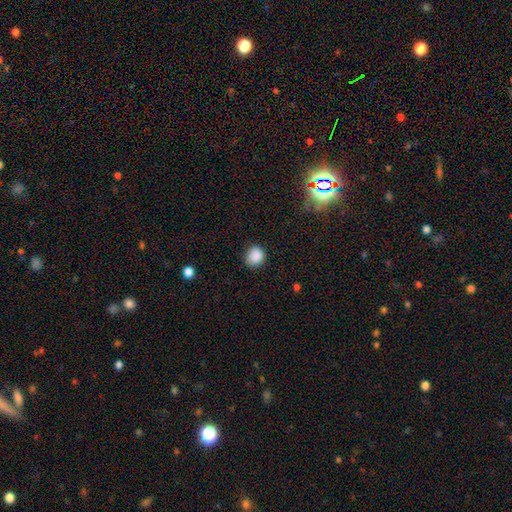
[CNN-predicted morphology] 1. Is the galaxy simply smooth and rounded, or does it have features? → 87% smooth, 9% star or artifact, 3% featured or disk.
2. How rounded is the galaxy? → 75% round, 24% in between, 1% cigar-shaped.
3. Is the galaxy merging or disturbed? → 81% none, 14% minor disturbance, 3% major disturbance, 1% merger.